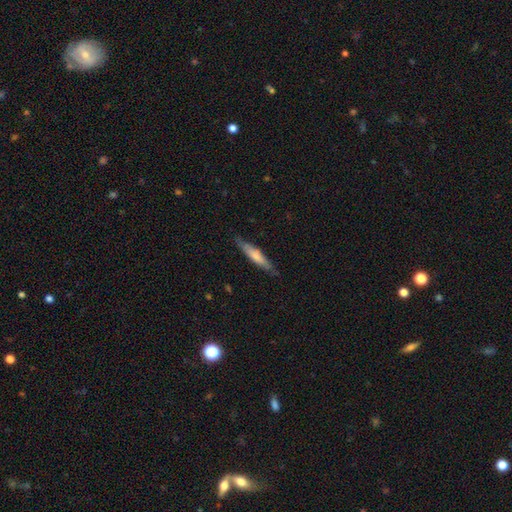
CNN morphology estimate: Smooth or featured? smooth (60%)
How rounded? cigar-shaped (88%)
Merging? none (82%)